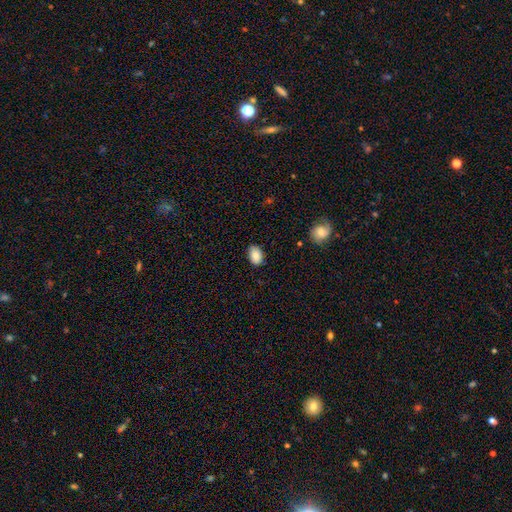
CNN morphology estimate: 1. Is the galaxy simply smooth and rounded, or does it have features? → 87% smooth, 7% star or artifact, 5% featured or disk.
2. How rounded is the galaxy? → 88% in between, 11% round, 1% cigar-shaped.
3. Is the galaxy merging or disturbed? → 85% none, 12% minor disturbance, 2% major disturbance, 1% merger.